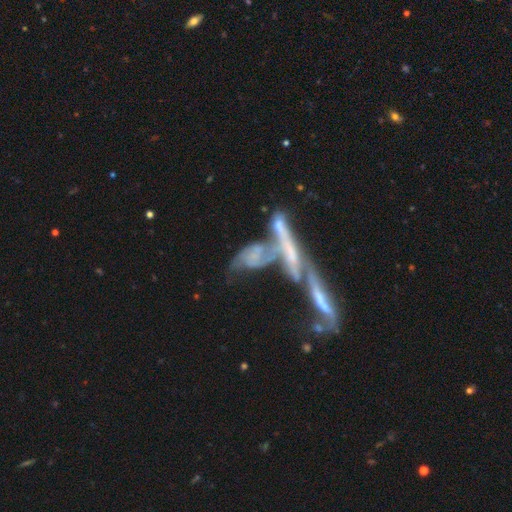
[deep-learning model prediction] The model was most divided on "smooth or featured": featured or disk: 61%, smooth: 28%, star or artifact: 12%. More confident: edge-on disk — no (75%); merging — merger (67%).